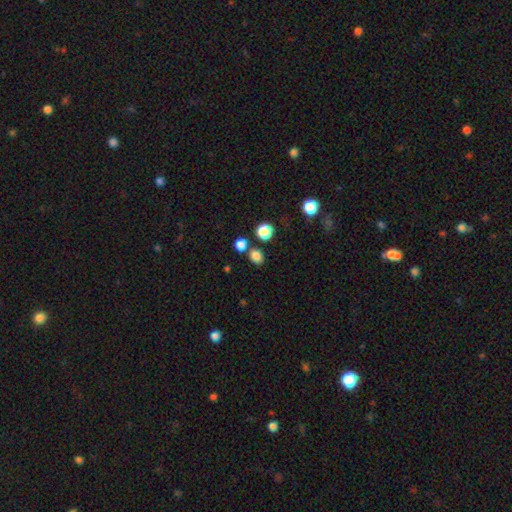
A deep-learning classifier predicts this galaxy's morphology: A smooth galaxy with no disk features (81%) that is round (58%).

Vote fractions:
- Smooth or featured? smooth: 81% / star or artifact: 14% / featured or disk: 5%
- How rounded? round: 58% / in between: 41% / cigar-shaped: 1%
- Merging? none: 71% / merger: 16% / minor disturbance: 10% / major disturbance: 3%